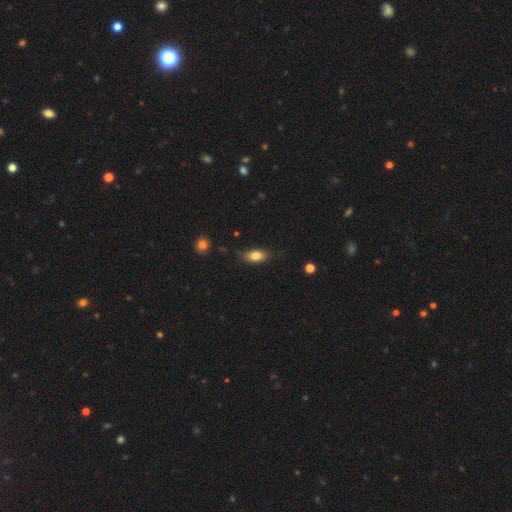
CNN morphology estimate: Smooth or featured?
  - smooth: 81% *
  - featured or disk: 11%
  - star or artifact: 8%
How rounded?
  - in between: 86% *
  - cigar-shaped: 9%
  - round: 5%
Merging?
  - none: 77% *
  - minor disturbance: 18%
  - major disturbance: 4%
  - merger: 2%